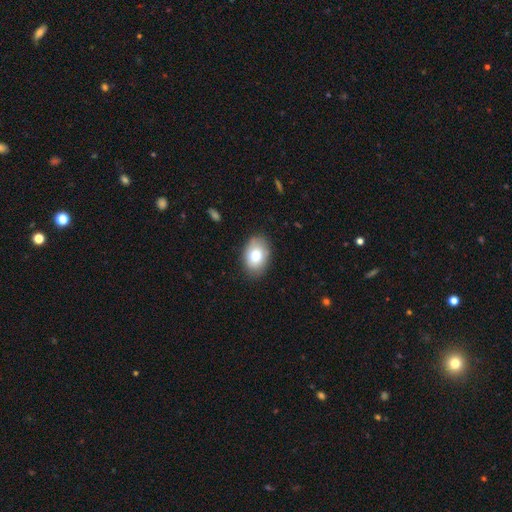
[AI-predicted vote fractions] Morphology: type=smooth (75%); roundness=in between (78%); merging=none (84%).